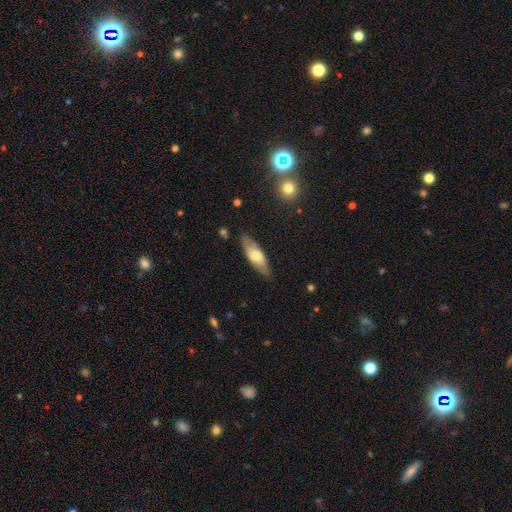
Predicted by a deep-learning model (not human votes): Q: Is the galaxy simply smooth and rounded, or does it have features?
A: smooth — 60%.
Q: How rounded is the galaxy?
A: in between — 60%.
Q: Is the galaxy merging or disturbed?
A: none — 82%.